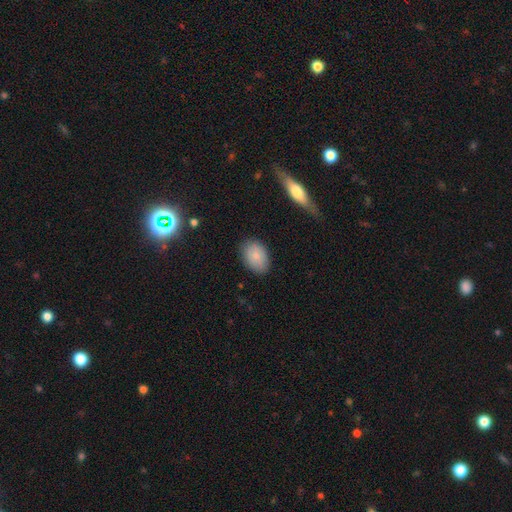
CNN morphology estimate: A smooth galaxy with no disk features (85%) that is in between round and cigar-shaped (84%).

Vote fractions:
- Smooth or featured? smooth: 85% / featured or disk: 8% / star or artifact: 7%
- How rounded? in between: 84% / round: 14% / cigar-shaped: 1%
- Merging? none: 84% / minor disturbance: 12% / major disturbance: 3% / merger: 1%